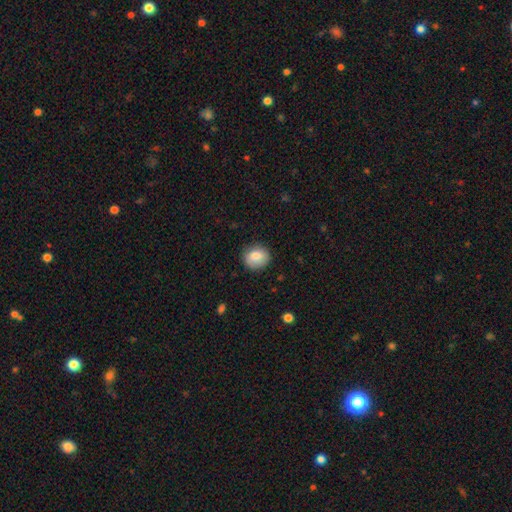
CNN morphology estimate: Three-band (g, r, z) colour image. It shows a smooth galaxy with no disk features (82%) that is round (73%). Merging: none (85%).